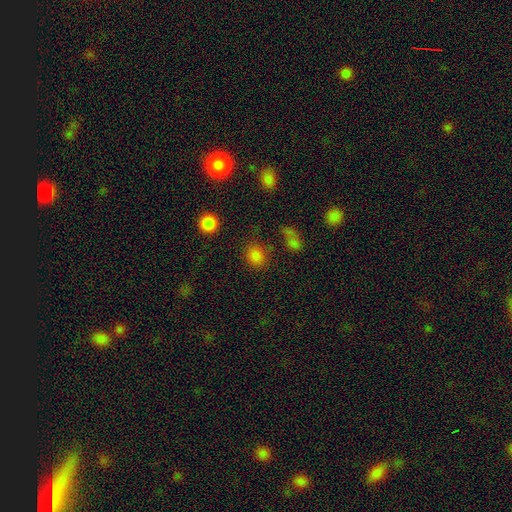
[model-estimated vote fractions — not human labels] This appears to be a smooth galaxy with no disk features (80%) that is round (71%). Merging: none (77%).